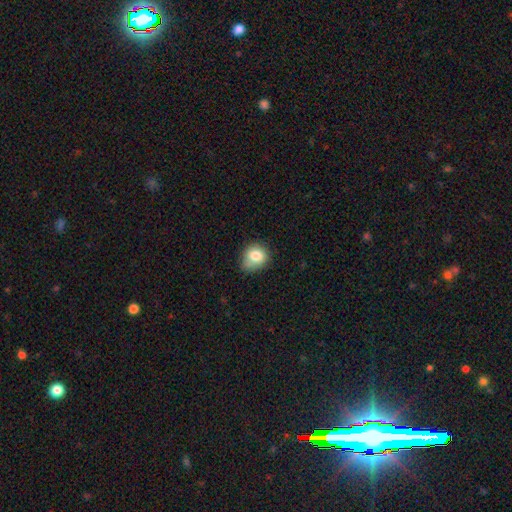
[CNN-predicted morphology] smooth_or_featured: smooth (p=0.81) [alt: star or artifact p=0.10]
how_rounded: round (p=0.65) [alt: in between p=0.34]
merging: none (p=0.55) [alt: minor disturbance p=0.34]